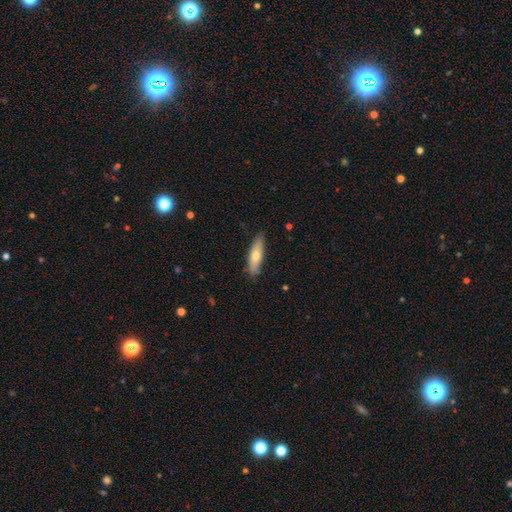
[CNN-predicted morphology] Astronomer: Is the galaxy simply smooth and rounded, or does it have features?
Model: smooth — 65%.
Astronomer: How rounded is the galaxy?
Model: cigar-shaped — 63%.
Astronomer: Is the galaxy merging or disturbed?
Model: none — 83%.